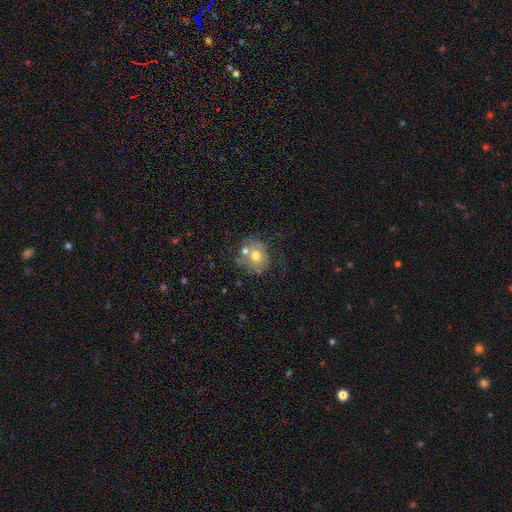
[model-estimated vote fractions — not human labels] smooth_or_featured: smooth (p=0.48) [alt: featured or disk p=0.42]
merging: none (p=0.40) [alt: merger p=0.24]